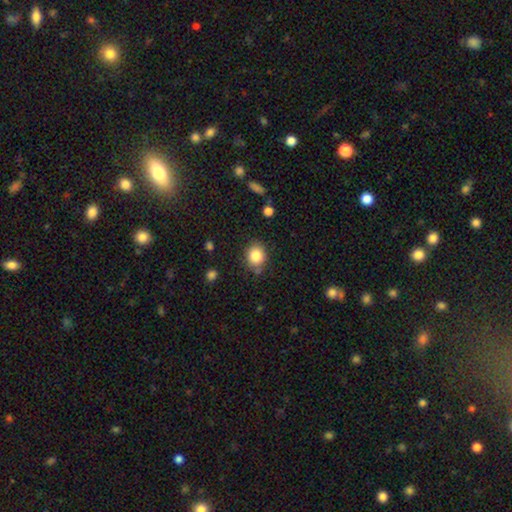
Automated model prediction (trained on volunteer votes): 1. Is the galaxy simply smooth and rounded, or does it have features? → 84% smooth, 9% star or artifact, 6% featured or disk.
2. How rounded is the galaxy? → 70% round, 29% in between, 1% cigar-shaped.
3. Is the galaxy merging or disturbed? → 81% none, 13% minor disturbance, 3% merger, 3% major disturbance.